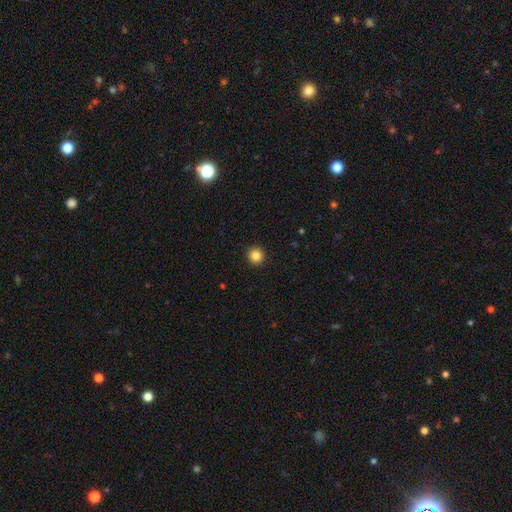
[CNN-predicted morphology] type=smooth (84%); roundness=round (95%); merging=none (93%).